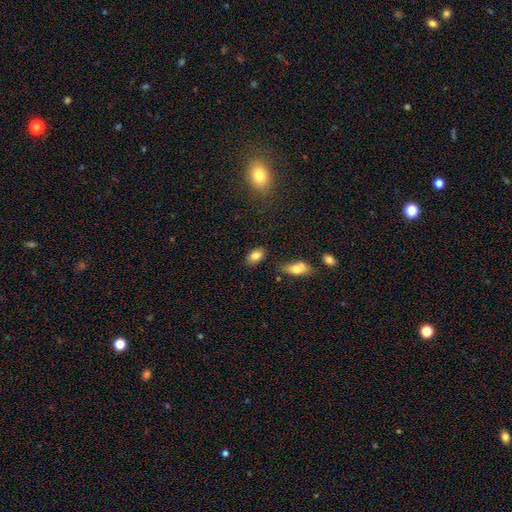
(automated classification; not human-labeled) This is clearly a smooth galaxy (81%). How rounded: clearly in between (89%). Merging: clearly none (82%).